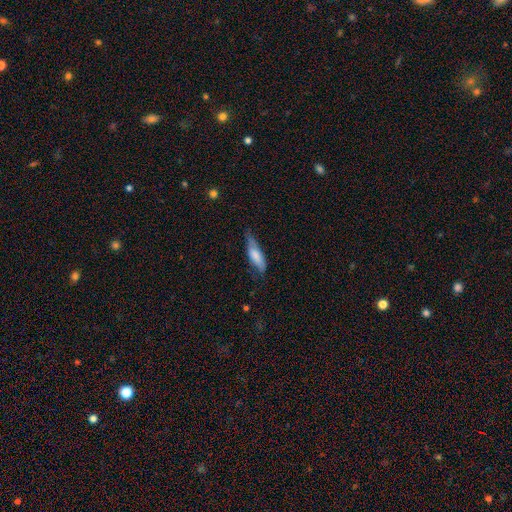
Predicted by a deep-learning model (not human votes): A smooth galaxy with no disk features (72%) that is cigar-shaped (49%, tied with in between).

Vote fractions:
- Smooth or featured? smooth: 72% / featured or disk: 22% / star or artifact: 6%
- How rounded? cigar-shaped: 49% (tied) / in between: 49% (tied) / round: 2%
- Merging? none: 49% / minor disturbance: 37% / major disturbance: 12% / merger: 2%